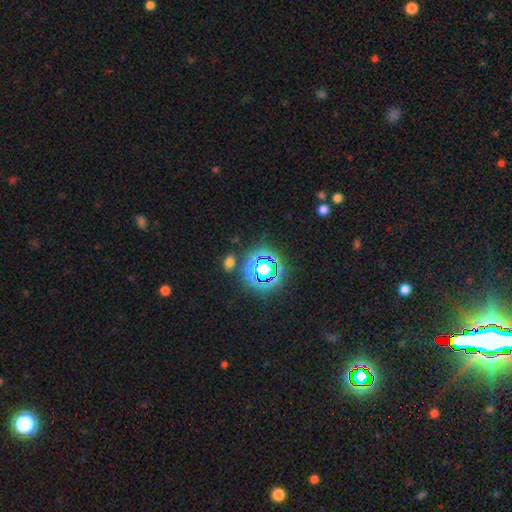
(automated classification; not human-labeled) A star or artifact, not a galaxy (80%).